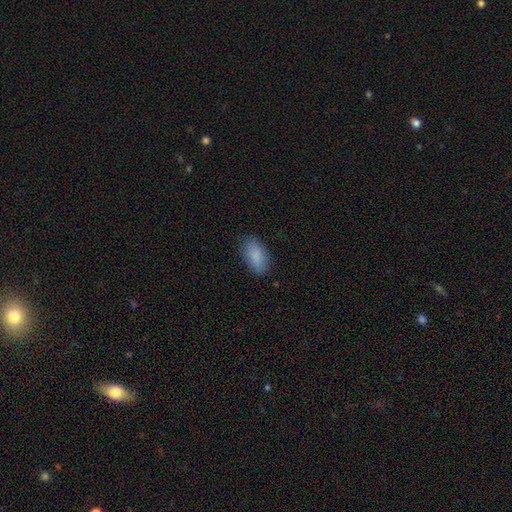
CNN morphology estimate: Smooth or featured? smooth (88%)
How rounded? in between (91%)
Merging? none (83%)